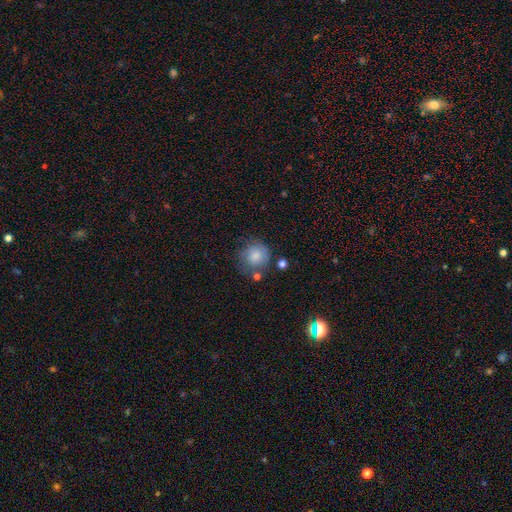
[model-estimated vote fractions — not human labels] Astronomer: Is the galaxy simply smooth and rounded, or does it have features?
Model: smooth — 78%.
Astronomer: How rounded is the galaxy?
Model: round — 88%.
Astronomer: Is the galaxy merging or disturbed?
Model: none — 64%.